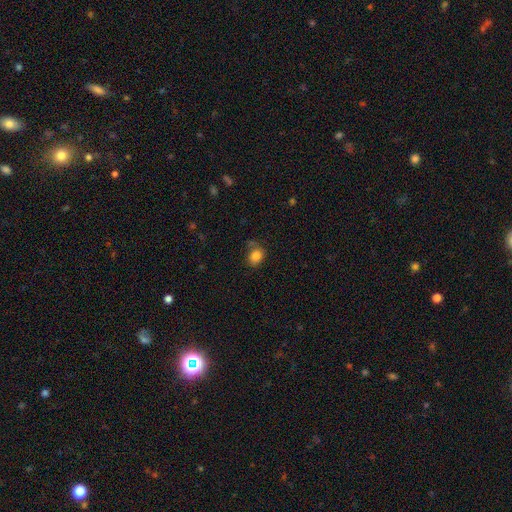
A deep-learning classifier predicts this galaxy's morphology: smooth_or_featured: smooth (p=0.82) [alt: star or artifact p=0.11]
how_rounded: round (p=0.51) [alt: in between p=0.48]
merging: none (p=0.59) [alt: minor disturbance p=0.27]